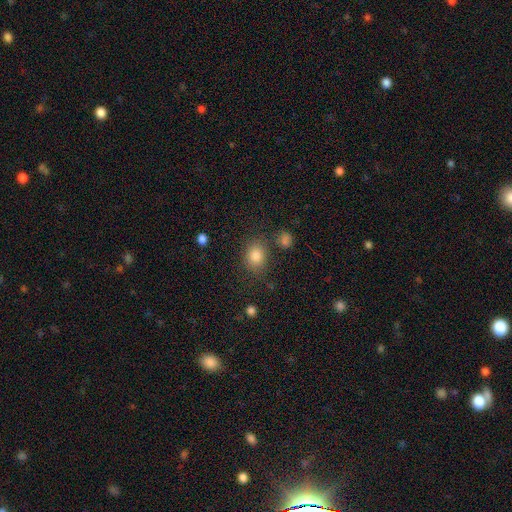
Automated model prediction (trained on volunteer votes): A smooth galaxy with no disk features (83%) that is round (56%).

Vote fractions:
- Smooth or featured? smooth: 83% / star or artifact: 12% / featured or disk: 6%
- How rounded? round: 56% / in between: 43% / cigar-shaped: 1%
- Merging? none: 78% / minor disturbance: 12% / merger: 5% / major disturbance: 5%